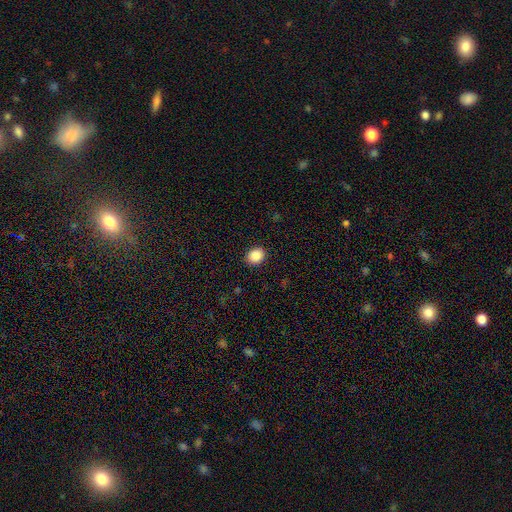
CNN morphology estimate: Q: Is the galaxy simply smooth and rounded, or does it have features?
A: smooth — 88%.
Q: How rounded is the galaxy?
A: round — 56%.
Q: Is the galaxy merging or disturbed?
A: none — 91%.